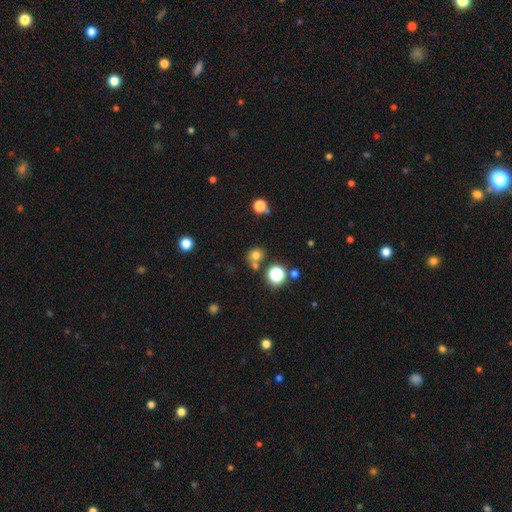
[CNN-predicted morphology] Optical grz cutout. It shows a smooth galaxy with no disk features (73%) that is round (81%). Merging: none (65%).